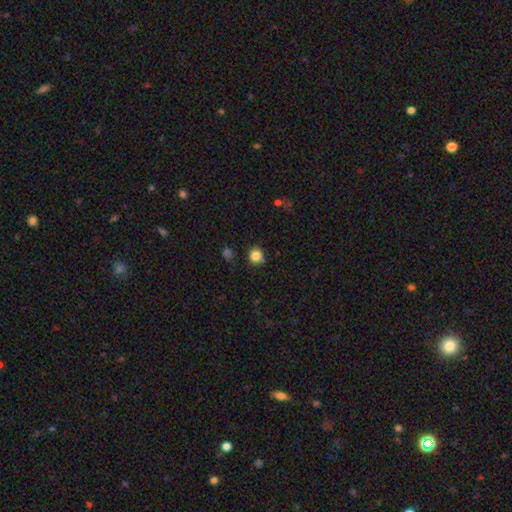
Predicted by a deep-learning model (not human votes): Morphology: type=smooth (84%); roundness=round (88%); merging=none (83%).